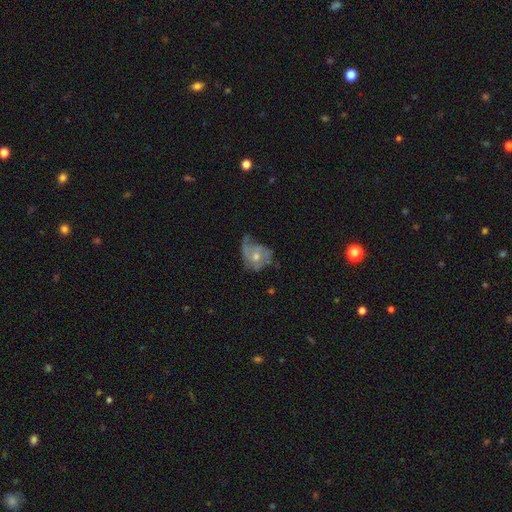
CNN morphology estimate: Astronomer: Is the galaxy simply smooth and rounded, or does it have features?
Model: featured or disk — 58% (runner-up: smooth, 34%).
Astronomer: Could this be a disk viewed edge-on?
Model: no — 97%.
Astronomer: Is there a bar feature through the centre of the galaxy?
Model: no — 80%.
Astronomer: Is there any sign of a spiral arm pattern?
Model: yes — 59% (runner-up: no, 41%).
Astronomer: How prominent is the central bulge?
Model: moderate — 61%.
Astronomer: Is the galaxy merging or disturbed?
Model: major disturbance — 36% (runner-up: minor disturbance, 30%).